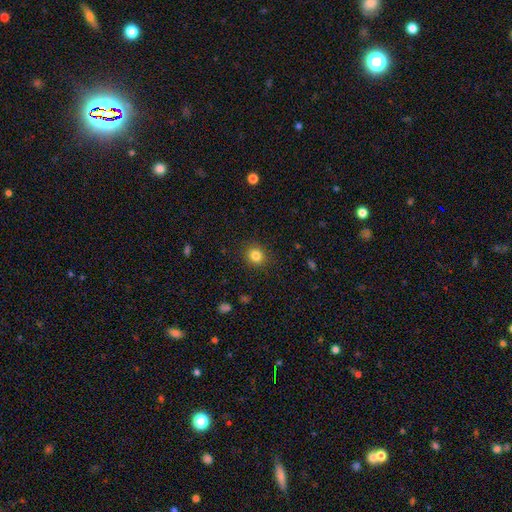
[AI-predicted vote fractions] Smooth or featured? smooth (83%)
How rounded? round (85%)
Merging? none (90%)